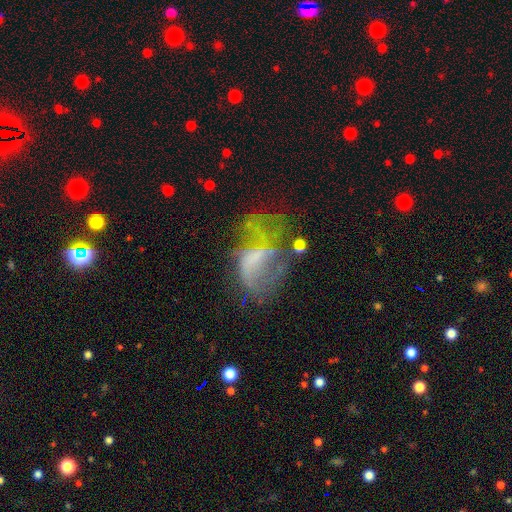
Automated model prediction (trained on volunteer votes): Smooth or featured? Predicted: featured or disk (p=0.59). Edge-on disk? Predicted: no (p=0.97). Bar? Predicted: no (p=0.62). Spiral arms? Predicted: no (p=0.62). Bulge size? Predicted: none (p=0.58). Merging? Predicted: major disturbance (p=0.45).